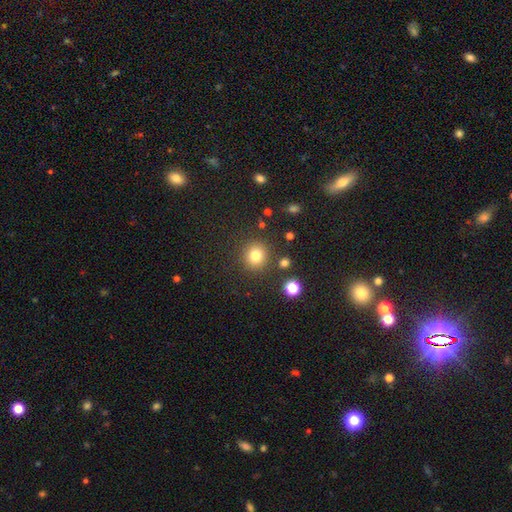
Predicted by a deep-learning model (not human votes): Smooth or featured? smooth (80%)
How rounded? round (90%)
Merging? none (86%)